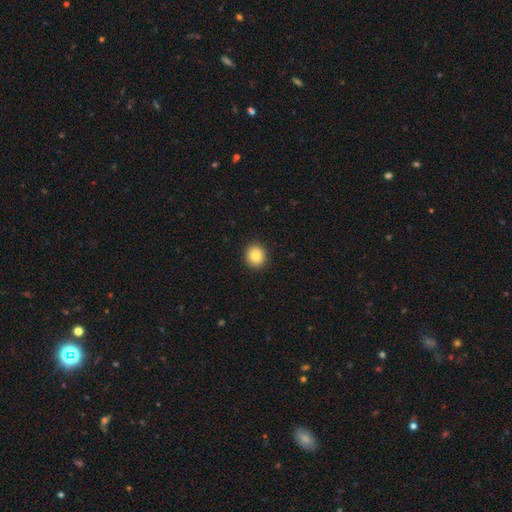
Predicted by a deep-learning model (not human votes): The model was most divided on "how rounded": round: 86%, in between: 13%, cigar-shaped: 1%. More confident: merging — none (92%); smooth or featured — smooth (83%).